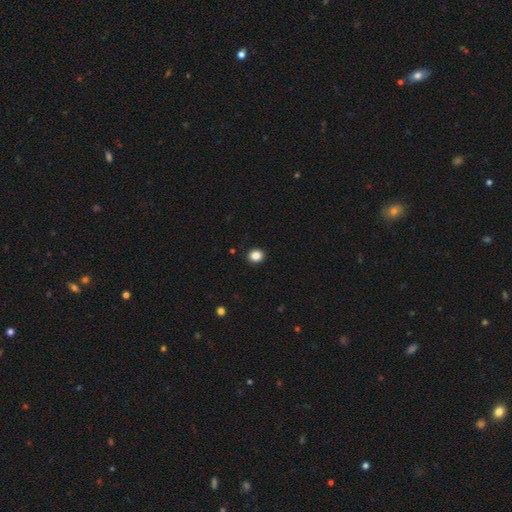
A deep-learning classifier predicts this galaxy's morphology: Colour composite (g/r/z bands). It shows a smooth galaxy with no disk features (87%) that is round (72%). Merging: none (92%).